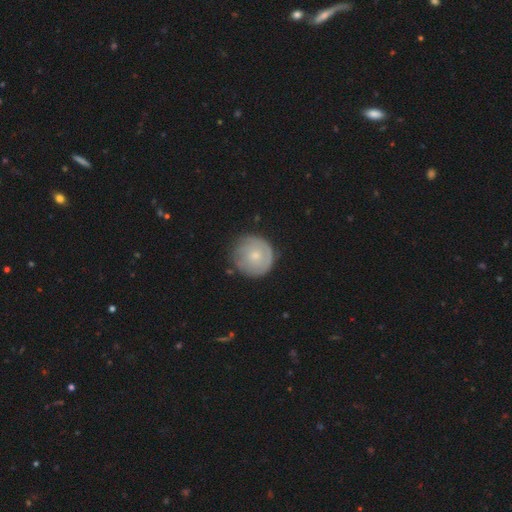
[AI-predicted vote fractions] This is possibly a smooth galaxy (57%). How rounded: clearly round (94%). Merging: likely none (76%).